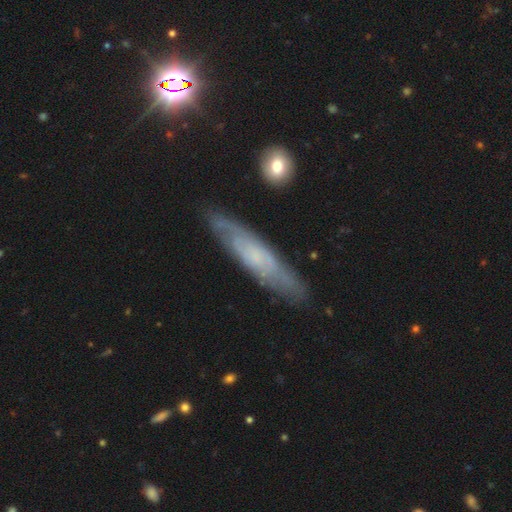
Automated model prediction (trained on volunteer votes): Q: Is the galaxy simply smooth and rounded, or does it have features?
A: featured or disk — 62%.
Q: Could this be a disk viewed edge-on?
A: no — 52%.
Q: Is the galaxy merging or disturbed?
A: none — 79%.